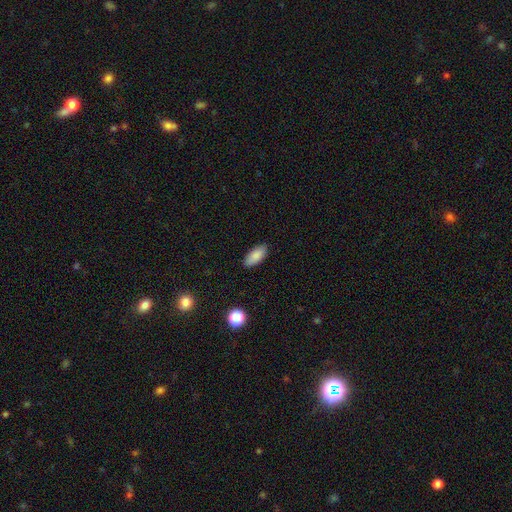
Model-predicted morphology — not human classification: A smooth galaxy with no disk features (87%) that is in between round and cigar-shaped (88%). Merging: none (87%).